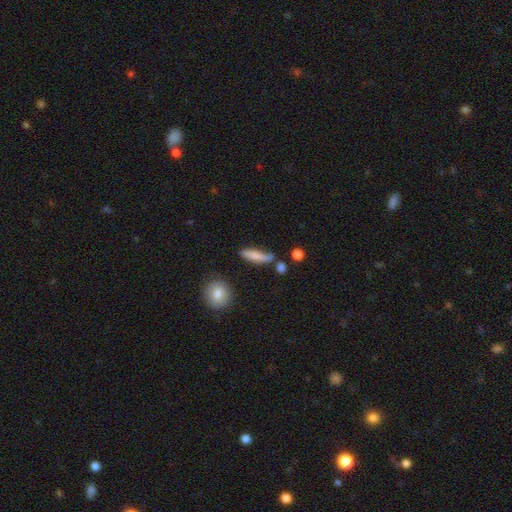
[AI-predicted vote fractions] Smooth or featured?
  - smooth: 72% *
  - featured or disk: 20%
  - star or artifact: 7%
How rounded?
  - cigar-shaped: 70% *
  - in between: 26%
  - round: 3%
Merging?
  - none: 58% *
  - minor disturbance: 25%
  - merger: 9%
  - major disturbance: 8%